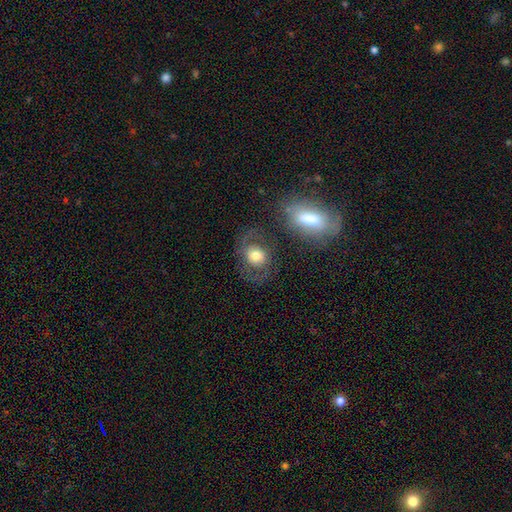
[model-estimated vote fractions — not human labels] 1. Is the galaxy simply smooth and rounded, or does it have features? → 52% smooth, 39% featured or disk, 9% star or artifact.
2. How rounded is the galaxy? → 67% round, 32% in between, 1% cigar-shaped.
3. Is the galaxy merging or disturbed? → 62% none, 16% minor disturbance, 13% major disturbance, 9% merger.